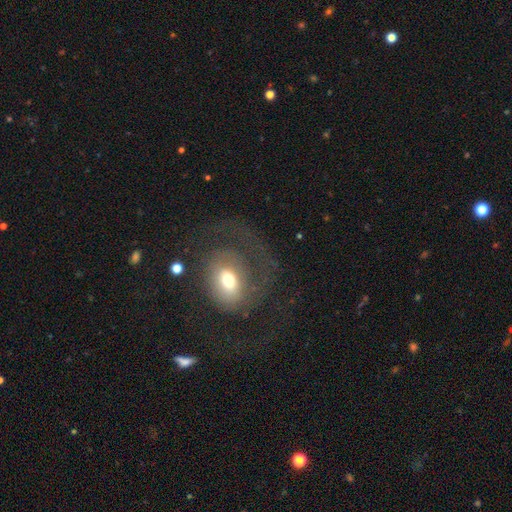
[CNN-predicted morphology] Q: Smooth or featured?
A: featured or disk (66%); runner-up: smooth (23%)
Q: Edge-on disk?
A: no (96%); runner-up: yes (4%)
Q: Bar?
A: no (59%); runner-up: weak (27%)
Q: Spiral arms?
A: yes (70%); runner-up: no (30%)
Q: Bulge size?
A: moderate (60%); runner-up: small (20%)
Q: Merging?
A: none (62%); runner-up: major disturbance (21%)